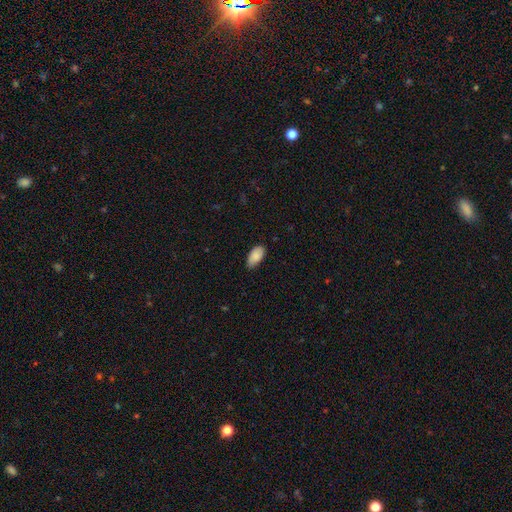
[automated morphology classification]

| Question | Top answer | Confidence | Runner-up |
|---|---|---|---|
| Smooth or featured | smooth | 88% | star or artifact (6%) |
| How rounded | in between | 95% | cigar-shaped (3%) |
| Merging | none | 72% | minor disturbance (24%) |